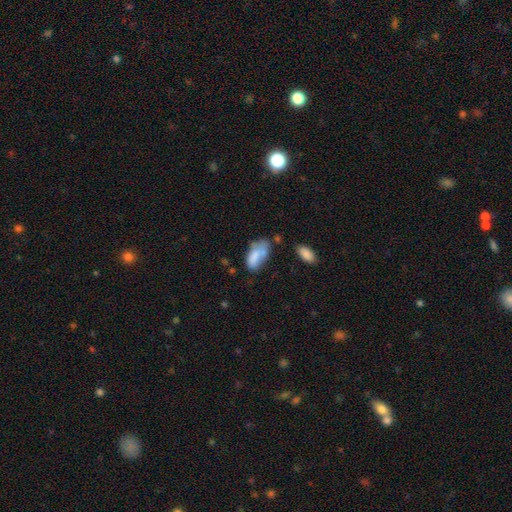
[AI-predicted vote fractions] Morphology: type=smooth (72%); roundness=in between (92%); merging=none (32%).